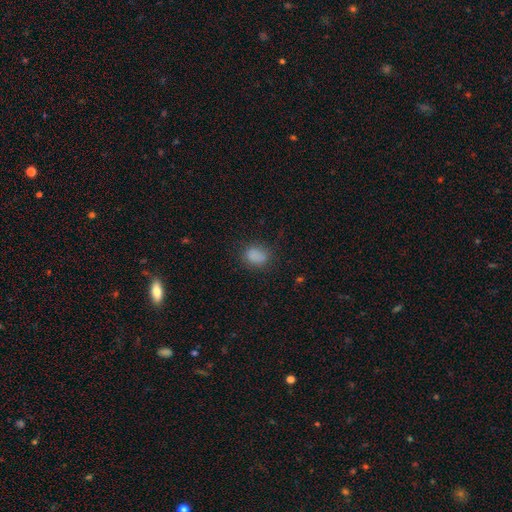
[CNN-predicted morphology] This appears to be a smooth galaxy with no disk features (82%) that is in between round and cigar-shaped (54%). Merging: none (75%).